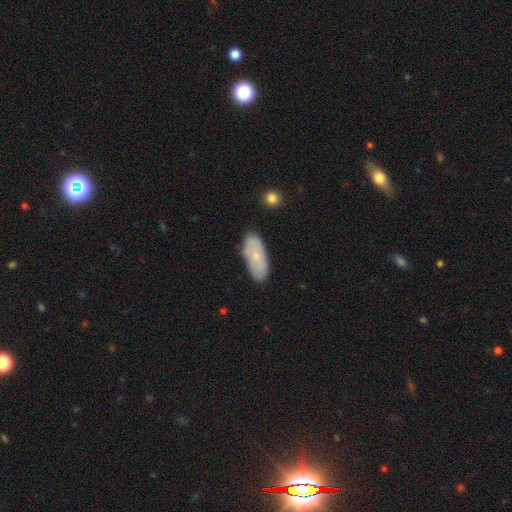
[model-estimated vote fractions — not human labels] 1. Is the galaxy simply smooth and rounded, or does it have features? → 66% smooth, 27% featured or disk, 6% star or artifact.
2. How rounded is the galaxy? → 87% in between, 11% cigar-shaped, 2% round.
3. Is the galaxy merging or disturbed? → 79% none, 16% minor disturbance, 3% major disturbance, 2% merger.